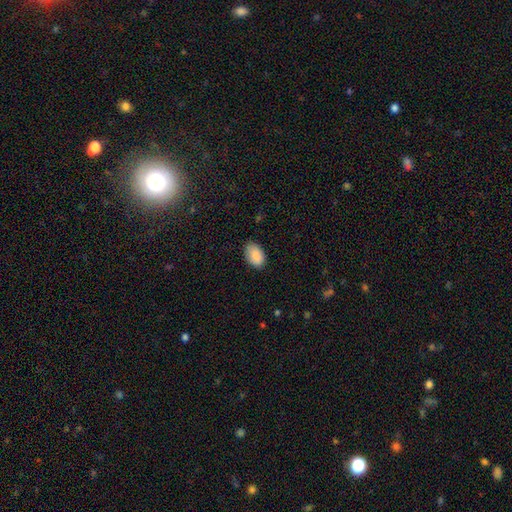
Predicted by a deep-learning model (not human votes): Overall: smooth (89%). How rounded: in between (92%). Merging: none (83%).